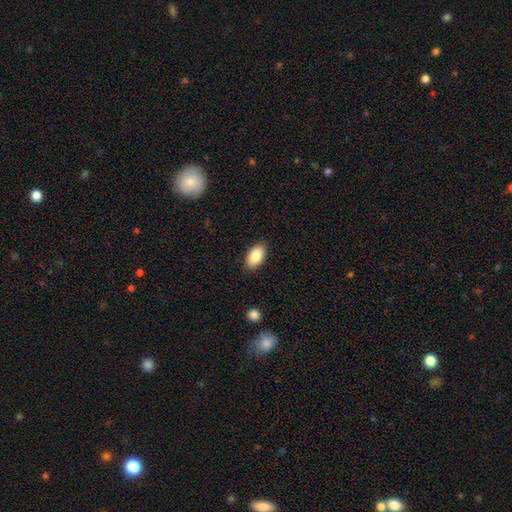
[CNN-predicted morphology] Smooth or featured? Predicted: smooth (p=0.86). How rounded? Predicted: in between (p=0.94). Merging? Predicted: none (p=0.88).